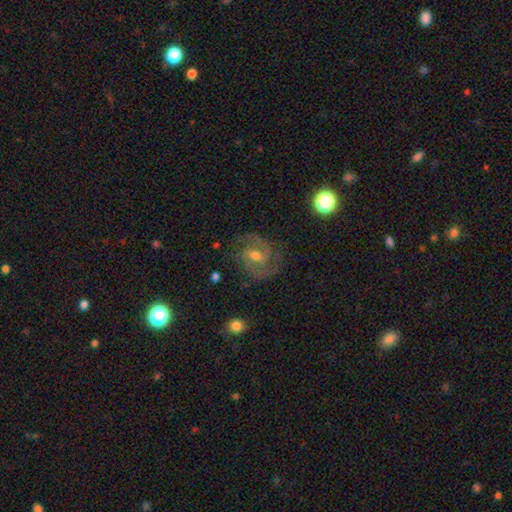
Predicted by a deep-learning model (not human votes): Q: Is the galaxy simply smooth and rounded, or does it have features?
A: featured or disk — 86%.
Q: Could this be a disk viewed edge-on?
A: no — 98%.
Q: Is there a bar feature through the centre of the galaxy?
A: weak — 56%.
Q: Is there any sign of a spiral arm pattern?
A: yes — 97%.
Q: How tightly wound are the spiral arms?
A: medium — 54%.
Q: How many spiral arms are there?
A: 2 — 87%.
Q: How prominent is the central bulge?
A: moderate — 61%.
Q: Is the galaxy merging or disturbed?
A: none — 81%.